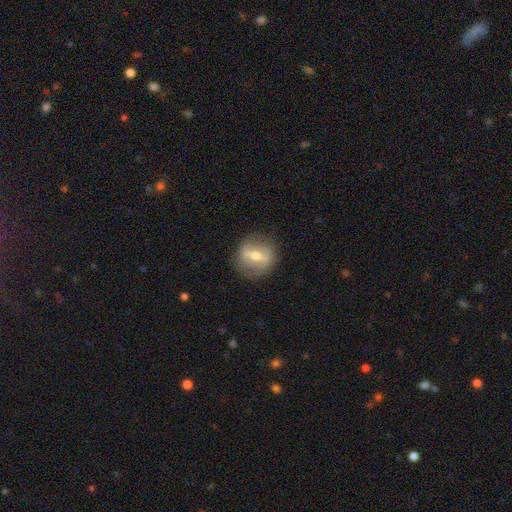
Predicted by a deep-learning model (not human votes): Q: Smooth or featured?
A: featured or disk (59%); runner-up: smooth (34%)
Q: Edge-on disk?
A: no (85%); runner-up: yes (15%)
Q: Merging?
A: none (80%); runner-up: minor disturbance (13%)